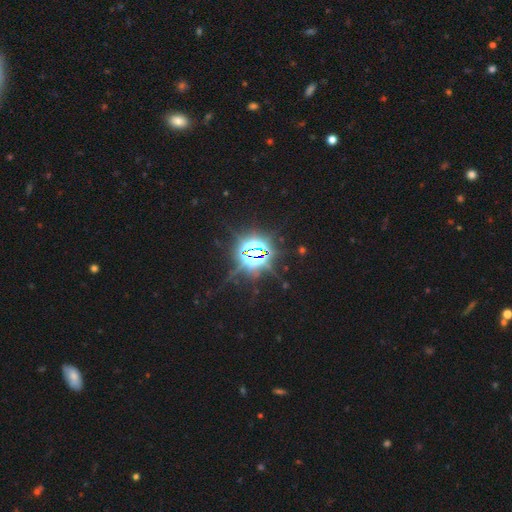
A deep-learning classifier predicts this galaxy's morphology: smooth_or_featured: star or artifact (p=0.86) [alt: featured or disk p=0.08]